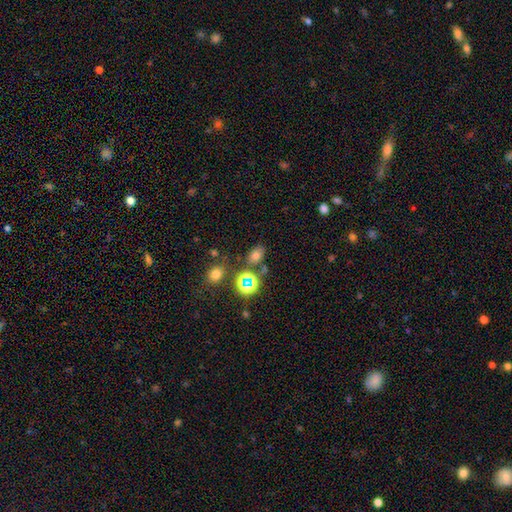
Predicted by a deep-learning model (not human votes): smooth_or_featured: smooth (p=0.62) [alt: star or artifact p=0.28]
how_rounded: in between (p=0.73) [alt: round p=0.25]
merging: none (p=0.73) [alt: minor disturbance p=0.13]